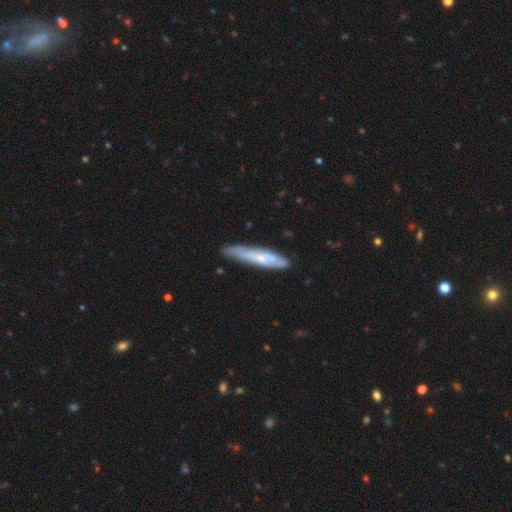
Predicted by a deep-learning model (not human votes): A smooth galaxy with no disk features (47%).

Vote fractions:
- Smooth or featured? smooth: 47% / featured or disk: 44% / star or artifact: 8%
- Merging? none: 76% / minor disturbance: 18% / major disturbance: 4% / merger: 2%